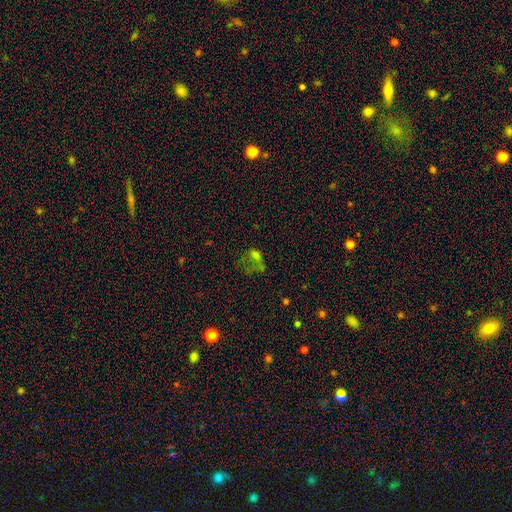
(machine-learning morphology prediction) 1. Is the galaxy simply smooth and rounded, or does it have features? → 43% smooth, 31% star or artifact, 26% featured or disk.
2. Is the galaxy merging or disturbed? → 45% major disturbance, 27% none, 16% minor disturbance, 12% merger.